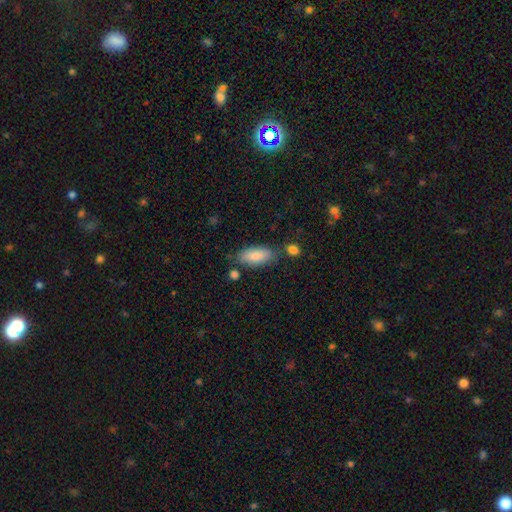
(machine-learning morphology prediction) smooth-or-featured: smooth: 84% | featured or disk: 10% | star or artifact: 6%
  how-rounded: in between: 86% | cigar-shaped: 12% | round: 2%
  merging: none: 72% | minor disturbance: 17% | merger: 7% | major disturbance: 4%